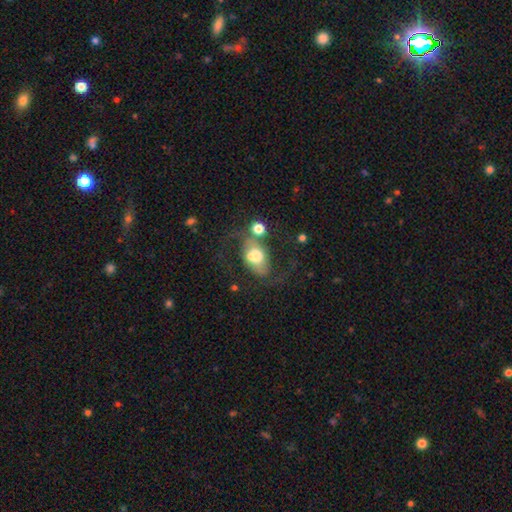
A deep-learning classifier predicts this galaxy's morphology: This is possibly a featured or disk galaxy (51%). It is clearly not viewed edge-on (94%). Merging: marginally none (37%).